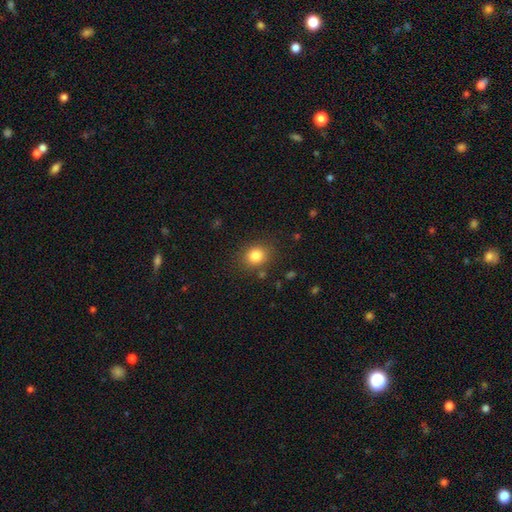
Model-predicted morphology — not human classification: This appears to be a smooth galaxy with no disk features (83%) that is round (71%). Merging: none (84%).